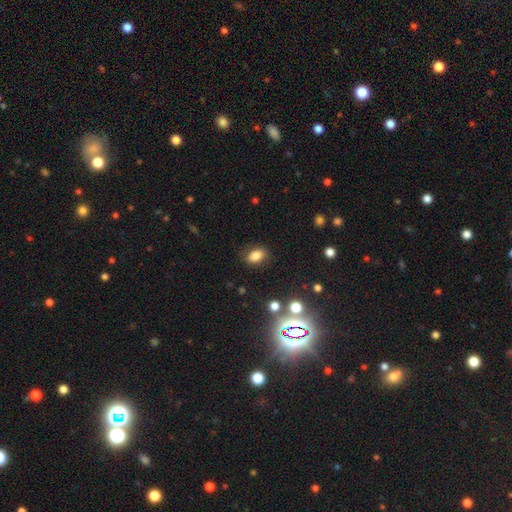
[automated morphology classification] A smooth galaxy with no disk features (81%) that is in between round and cigar-shaped (81%). Merging: none (84%).